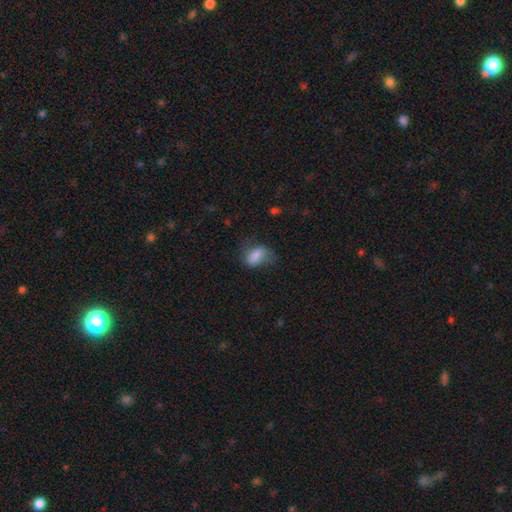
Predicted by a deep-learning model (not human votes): Smooth or featured: smooth — 74% (featured or disk — 17%)
How rounded: in between — 87% (round — 10%)
Merging: none — 41% (minor disturbance — 31%)